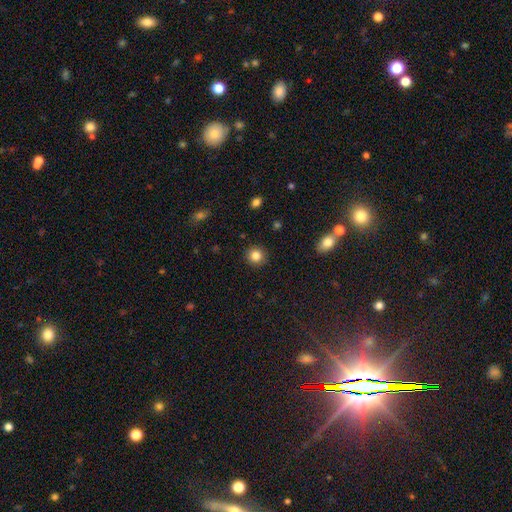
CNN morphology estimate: smooth-or-featured: smooth: 84% | star or artifact: 11% | featured or disk: 5%
  how-rounded: round: 92% | in between: 7% | cigar-shaped: 1%
  merging: none: 91% | minor disturbance: 6% | major disturbance: 2% | merger: 1%